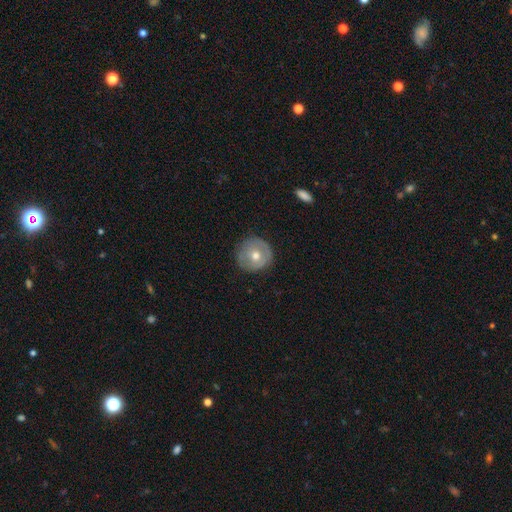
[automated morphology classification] smooth 54%, featured or disk 39%, star or artifact 7%. Down the decision tree: how rounded — round (93%); merging — none (85%).